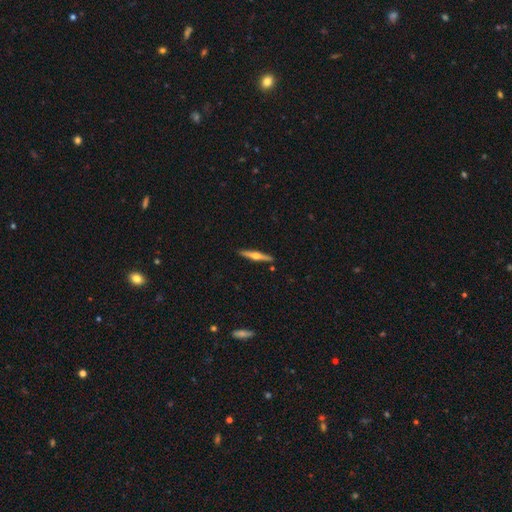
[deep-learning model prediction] This appears to be a featured or disk galaxy (69%) viewed edge-on (98%) with a rounded central bulge (94%). Merging: none (91%).